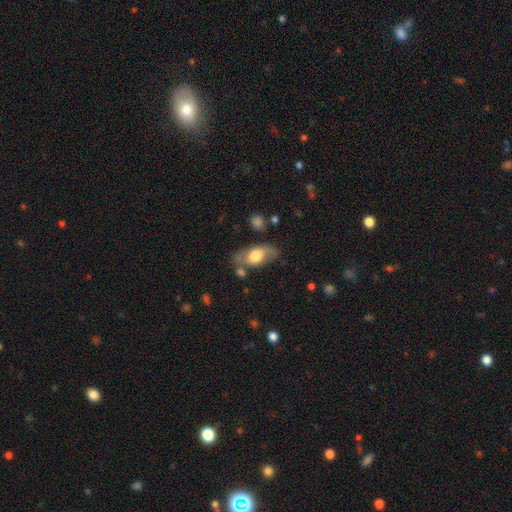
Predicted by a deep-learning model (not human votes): A smooth galaxy with no disk features (54%) that is in between round and cigar-shaped (87%). Merging: none (62%).